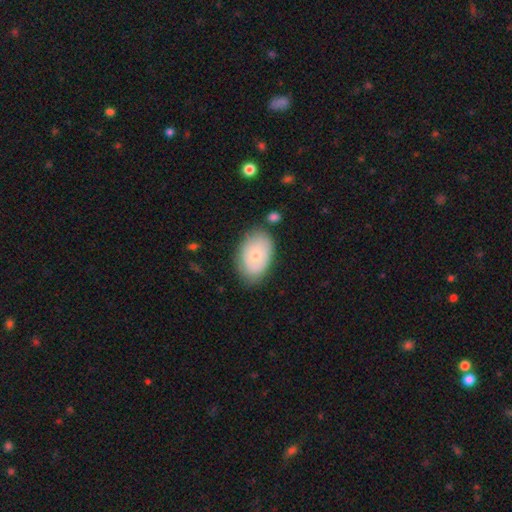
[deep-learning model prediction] smooth-or-featured: smooth: 59% | featured or disk: 35% | star or artifact: 6%
  how-rounded: in between: 88% | round: 11% | cigar-shaped: 1%
  merging: none: 71% | minor disturbance: 21% | major disturbance: 5% | merger: 3%